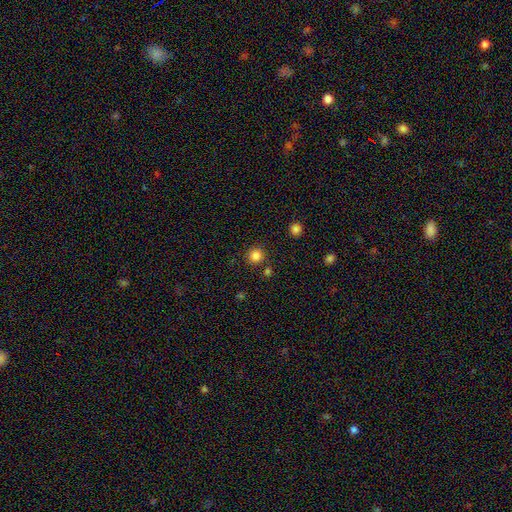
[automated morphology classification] Smooth or featured: smooth — 84% (star or artifact — 13%)
How rounded: round — 94% (in between — 5%)
Merging: none — 87% (minor disturbance — 6%)